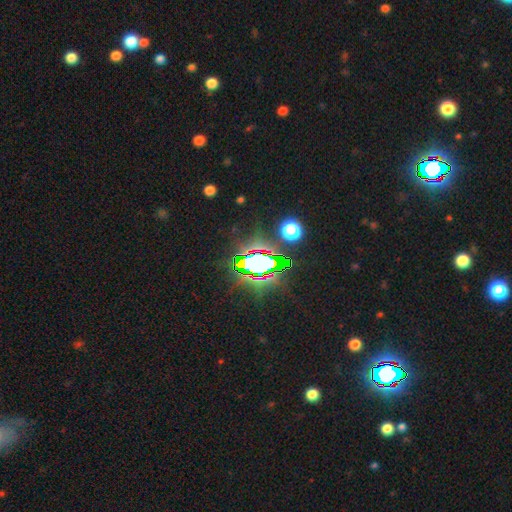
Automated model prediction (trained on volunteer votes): star or artifact 79%, smooth 12%, featured or disk 8%.